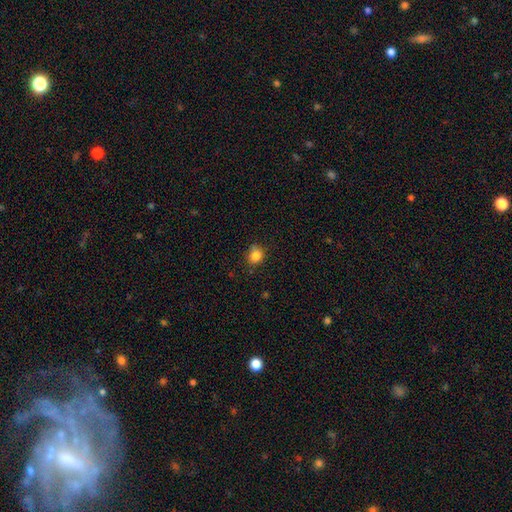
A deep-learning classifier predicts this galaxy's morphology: type=smooth (84%); roundness=round (69%); merging=none (74%).